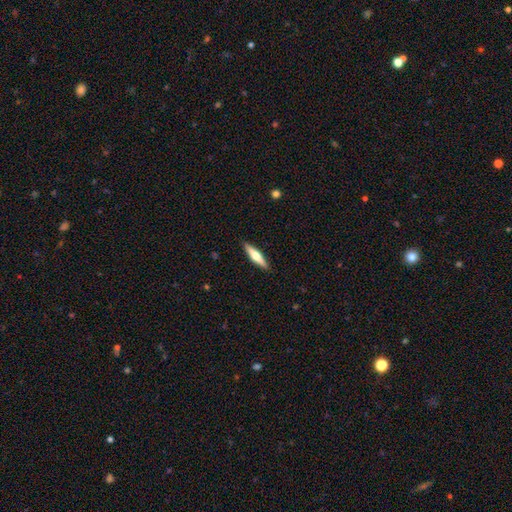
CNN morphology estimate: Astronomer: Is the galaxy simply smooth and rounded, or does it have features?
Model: smooth — 48% (runner-up: featured or disk, 47%).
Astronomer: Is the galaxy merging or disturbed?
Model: none — 90%.